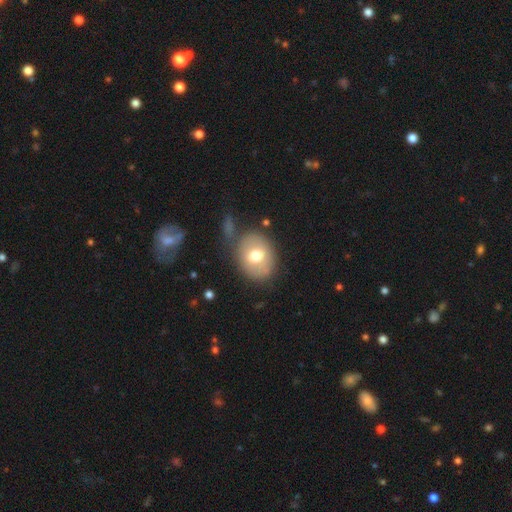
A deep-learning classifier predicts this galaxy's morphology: Smooth or featured: smooth — 67% (featured or disk — 24%)
How rounded: round — 56% (in between — 43%)
Merging: none — 70% (minor disturbance — 15%)